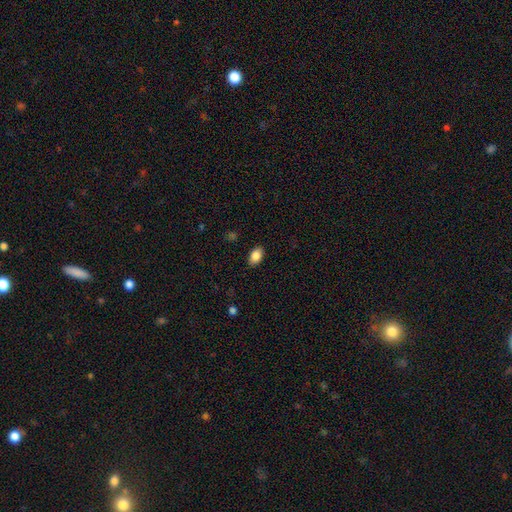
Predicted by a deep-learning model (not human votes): Smooth or featured?
  - smooth: 87% *
  - star or artifact: 8%
  - featured or disk: 5%
How rounded?
  - in between: 89% *
  - round: 9%
  - cigar-shaped: 2%
Merging?
  - none: 88% *
  - minor disturbance: 9%
  - major disturbance: 2%
  - merger: 1%